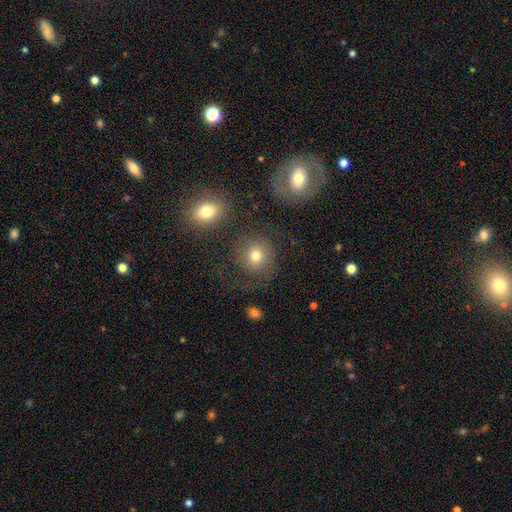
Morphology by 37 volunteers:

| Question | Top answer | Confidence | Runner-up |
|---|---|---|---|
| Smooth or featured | smooth | 73% | featured or disk (27%) |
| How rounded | round | 81% | in between (19%) |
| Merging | none | 73% | minor disturbance (16%) |